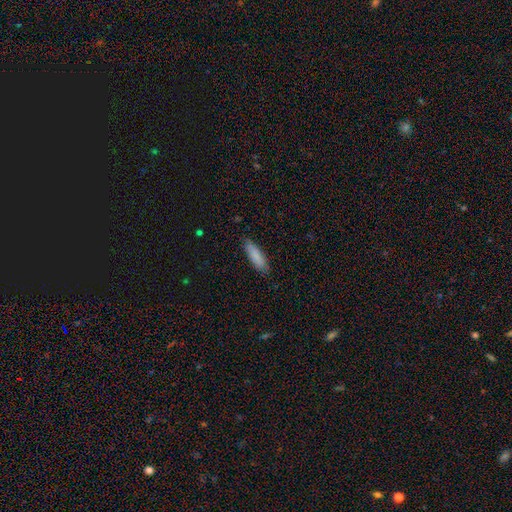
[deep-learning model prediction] A smooth galaxy with no disk features (87%) that is cigar-shaped (57%). Merging: none (83%).